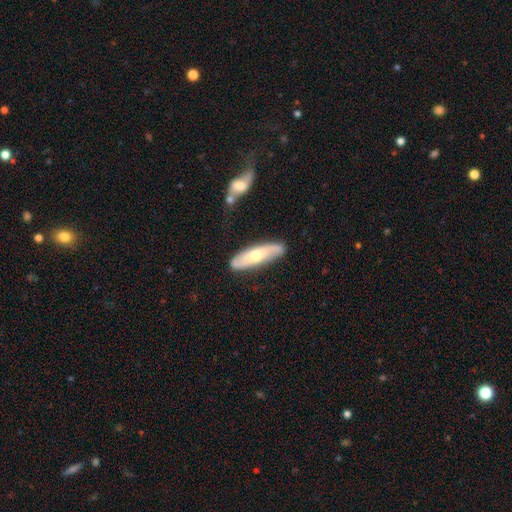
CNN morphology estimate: type=featured or disk (51%); edge-on=no (58%); merging=none (77%).